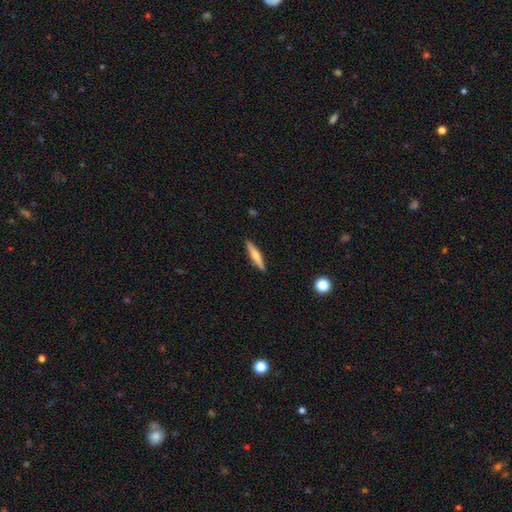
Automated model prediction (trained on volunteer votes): A smooth galaxy with no disk features (53%) that is cigar-shaped (88%).

Vote fractions:
- Smooth or featured? smooth: 53% / featured or disk: 41% / star or artifact: 6%
- How rounded? cigar-shaped: 88% / in between: 10% / round: 2%
- Merging? none: 90% / minor disturbance: 7% / major disturbance: 2% / merger: 1%